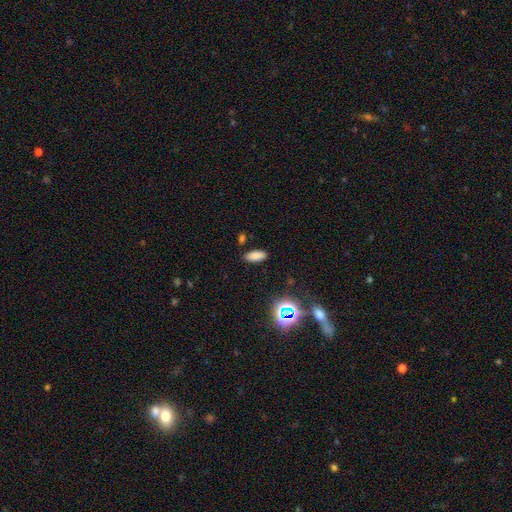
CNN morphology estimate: smooth-or-featured: smooth: 80% | star or artifact: 14% | featured or disk: 6%
  how-rounded: in between: 83% | cigar-shaped: 14% | round: 3%
  merging: none: 86% | minor disturbance: 10% | major disturbance: 2% | merger: 2%